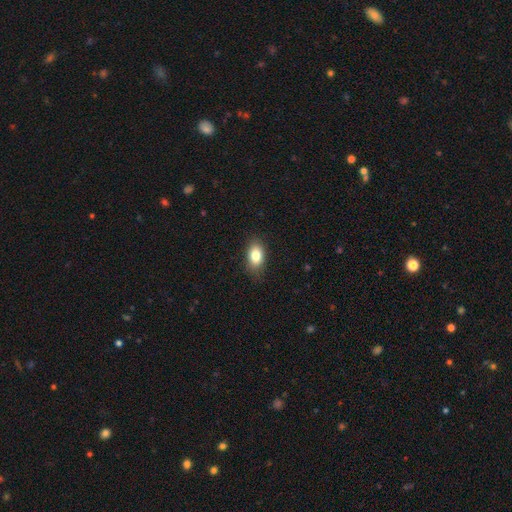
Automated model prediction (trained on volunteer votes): Smooth or featured: smooth — 82% (featured or disk — 10%)
How rounded: in between — 86% (round — 11%)
Merging: none — 84% (minor disturbance — 13%)